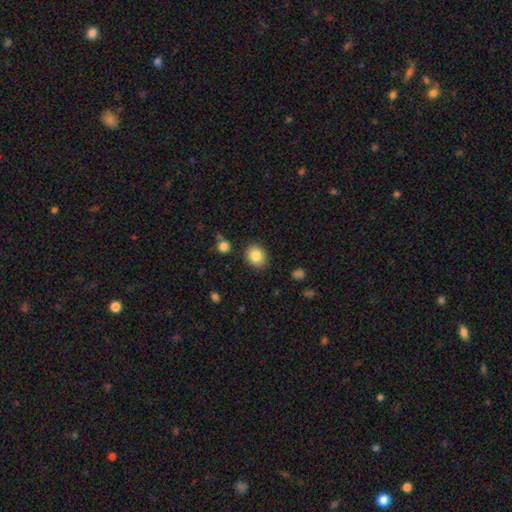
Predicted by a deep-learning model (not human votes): smooth_or_featured: smooth (p=0.84) [alt: star or artifact p=0.09]
how_rounded: round (p=0.58) [alt: in between p=0.41]
merging: none (p=0.86) [alt: minor disturbance p=0.09]